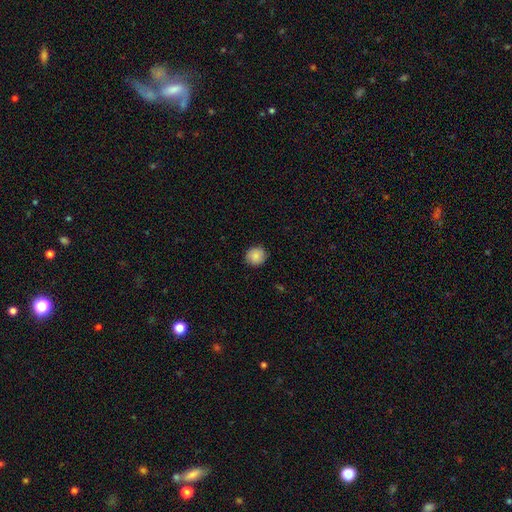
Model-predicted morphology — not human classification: smooth_or_featured: smooth (p=0.87) [alt: star or artifact p=0.08]
how_rounded: round (p=0.87) [alt: in between p=0.12]
merging: none (p=0.88) [alt: minor disturbance p=0.09]